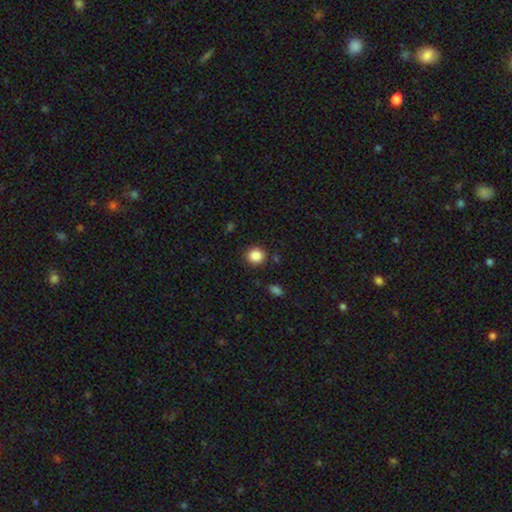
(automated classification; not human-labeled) Smooth or featured? Predicted: smooth (p=0.87). How rounded? Predicted: round (p=0.88). Merging? Predicted: none (p=0.87).